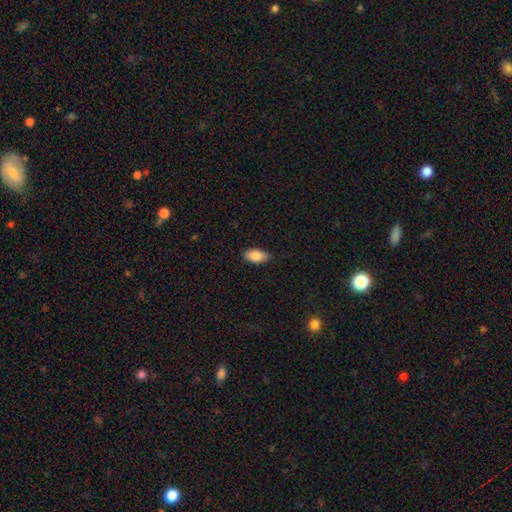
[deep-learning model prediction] Smooth or featured: smooth — 85% (featured or disk — 8%)
How rounded: in between — 91% (cigar-shaped — 5%)
Merging: none — 83% (minor disturbance — 14%)